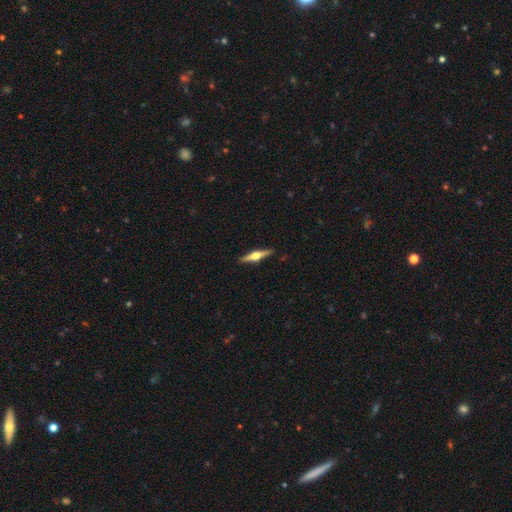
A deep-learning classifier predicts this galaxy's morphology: This appears to be a featured or disk galaxy (74%) viewed edge-on (98%) with a rounded central bulge (95%). Merging: none (91%).